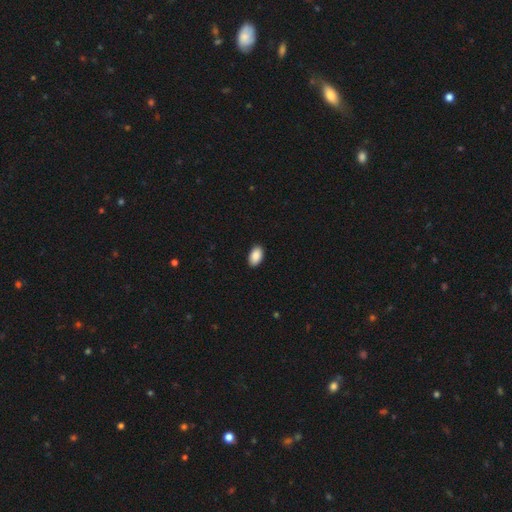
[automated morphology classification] Smooth or featured: smooth — 90% (star or artifact — 7%)
How rounded: in between — 94% (round — 5%)
Merging: none — 89% (minor disturbance — 8%)